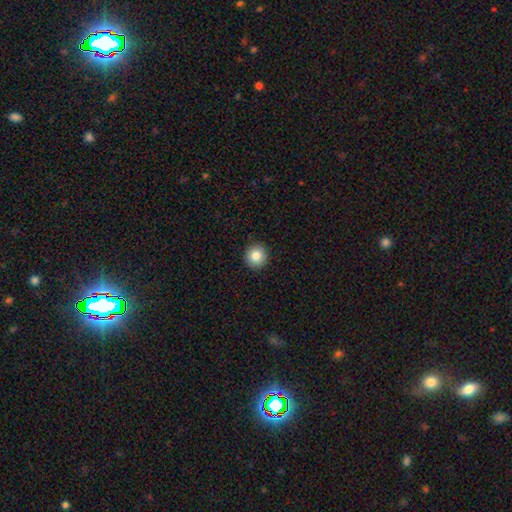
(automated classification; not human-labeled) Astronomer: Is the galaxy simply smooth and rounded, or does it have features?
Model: smooth — 84%.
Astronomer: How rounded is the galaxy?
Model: round — 94%.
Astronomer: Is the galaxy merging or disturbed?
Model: none — 93%.